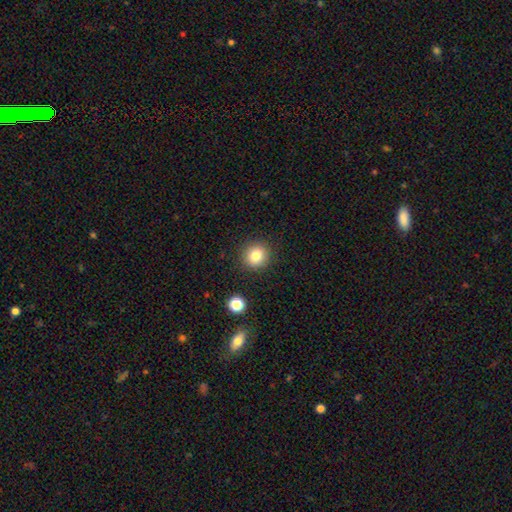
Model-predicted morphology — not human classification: smooth-or-featured: smooth: 81% | star or artifact: 11% | featured or disk: 7%
  how-rounded: round: 87% | in between: 12% | cigar-shaped: 1%
  merging: none: 89% | minor disturbance: 7% | major disturbance: 2% | merger: 2%